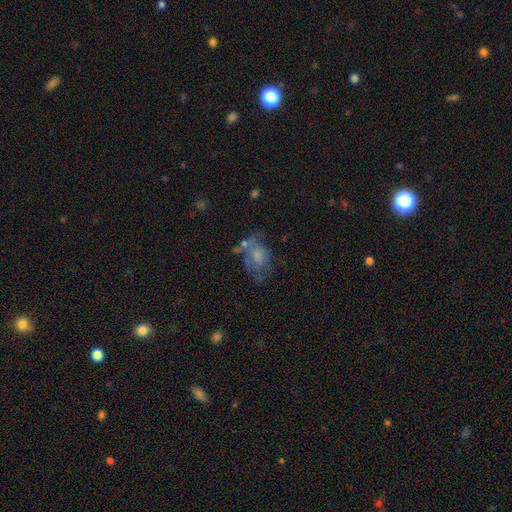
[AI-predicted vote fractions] Smooth or featured: featured or disk — 43% (tied with smooth — 43%)
Merging: none — 39% (major disturbance — 26%)